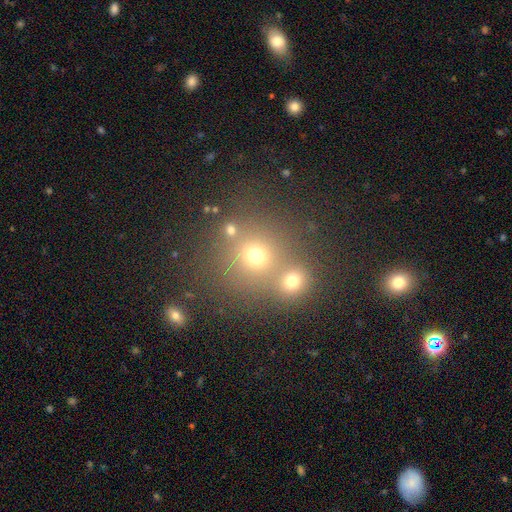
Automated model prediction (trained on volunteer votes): Q: Smooth or featured?
A: smooth (66%); runner-up: star or artifact (22%)
Q: How rounded?
A: round (87%); runner-up: in between (12%)
Q: Merging?
A: none (55%); runner-up: merger (34%)